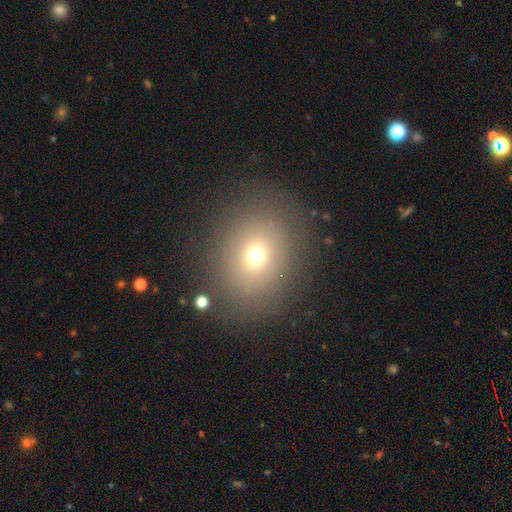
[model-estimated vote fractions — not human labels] smooth 68%, star or artifact 18%, featured or disk 13%. Down the decision tree: how rounded — round (62%); merging — none (82%).